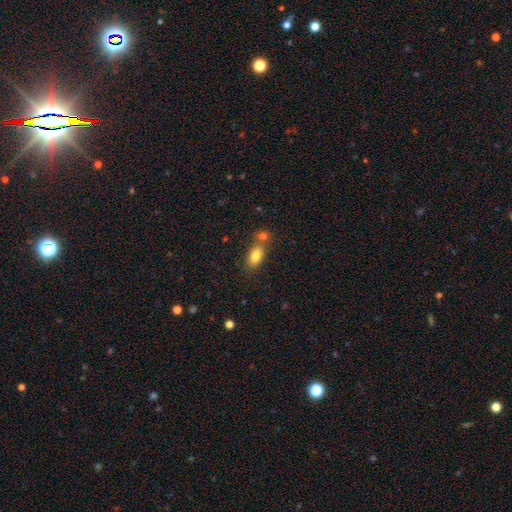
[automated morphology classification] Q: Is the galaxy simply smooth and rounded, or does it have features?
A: smooth — 80%.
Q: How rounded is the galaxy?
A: in between — 87%.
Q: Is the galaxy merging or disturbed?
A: none — 55%.